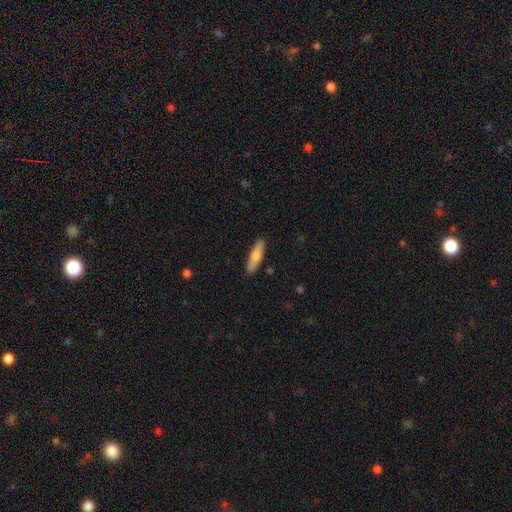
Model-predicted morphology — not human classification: Smooth or featured: smooth — 75% (featured or disk — 20%)
How rounded: cigar-shaped — 63% (in between — 35%)
Merging: none — 88% (minor disturbance — 9%)